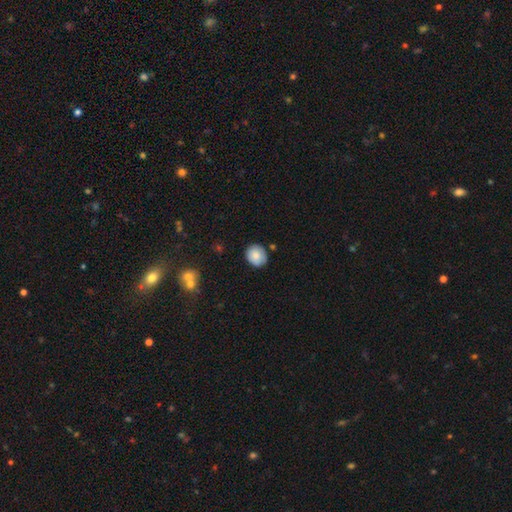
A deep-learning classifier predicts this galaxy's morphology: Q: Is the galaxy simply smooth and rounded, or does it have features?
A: smooth — 81%.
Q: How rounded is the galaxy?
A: round — 70%.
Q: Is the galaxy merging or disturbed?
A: none — 80%.